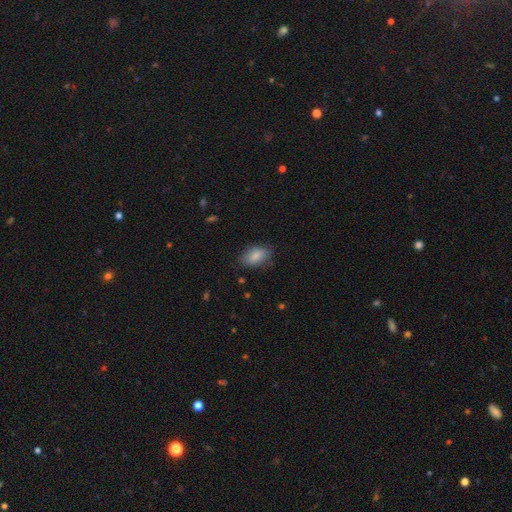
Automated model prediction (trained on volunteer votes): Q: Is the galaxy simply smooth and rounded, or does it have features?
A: smooth — 84%.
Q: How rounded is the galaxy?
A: in between — 90%.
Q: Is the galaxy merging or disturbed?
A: none — 77%.